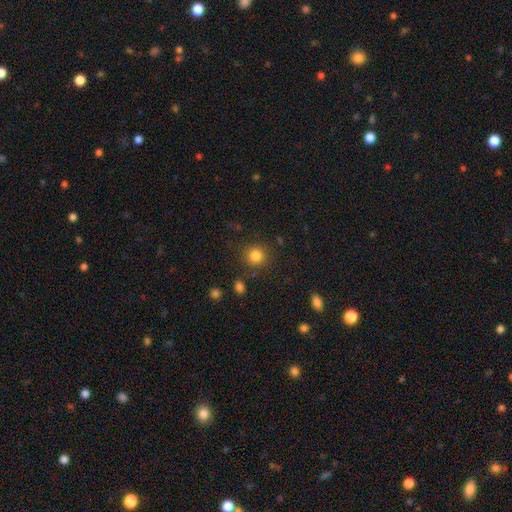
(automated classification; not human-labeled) Smooth or featured: smooth — 83% (star or artifact — 12%)
How rounded: round — 91% (in between — 8%)
Merging: none — 85% (minor disturbance — 8%)